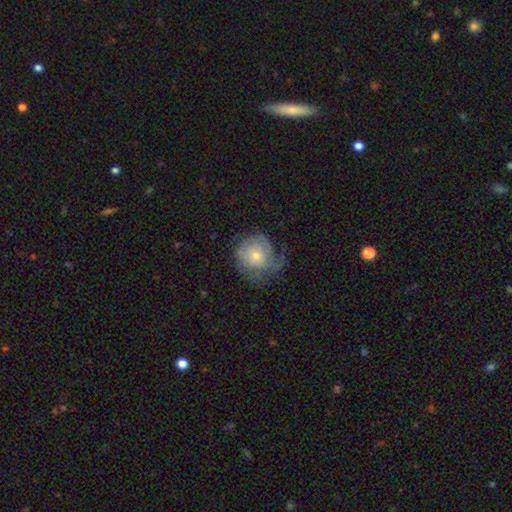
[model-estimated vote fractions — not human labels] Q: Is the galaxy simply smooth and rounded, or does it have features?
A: smooth — 53%.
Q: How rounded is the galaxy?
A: round — 82%.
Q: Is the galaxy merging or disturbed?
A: none — 38%.